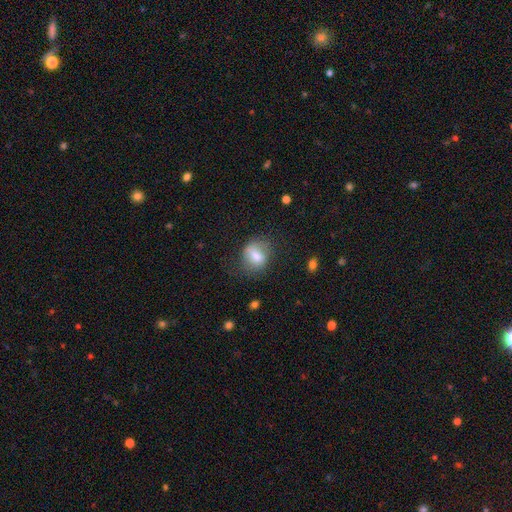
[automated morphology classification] A smooth galaxy with no disk features (72%) that is in between round and cigar-shaped (52%). Merging: none (58%).